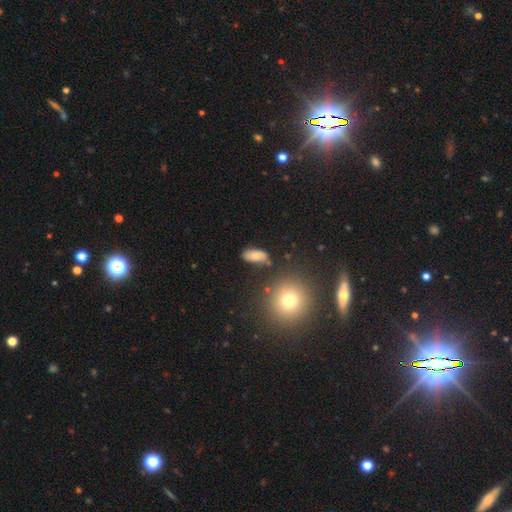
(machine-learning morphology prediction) smooth 76%, featured or disk 13%, star or artifact 11%. Down the decision tree: how rounded — in between (87%); merging — none (77%).